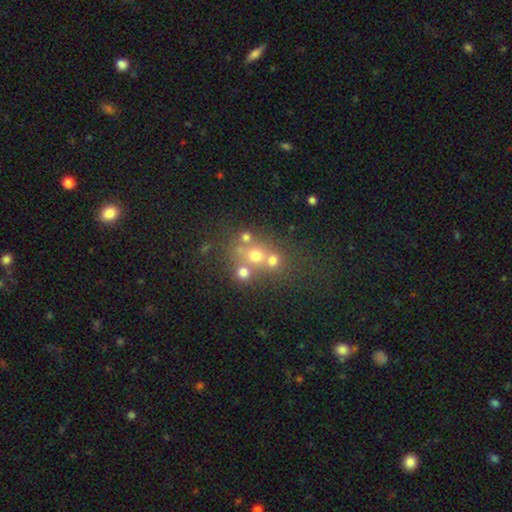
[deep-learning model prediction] Smooth or featured?
  - smooth: 52% *
  - featured or disk: 24%
  - star or artifact: 23%
How rounded?
  - round: 80% *
  - in between: 19%
  - cigar-shaped: 1%
Merging?
  - none: 47% *
  - merger: 39%
  - minor disturbance: 9%
  - major disturbance: 6%